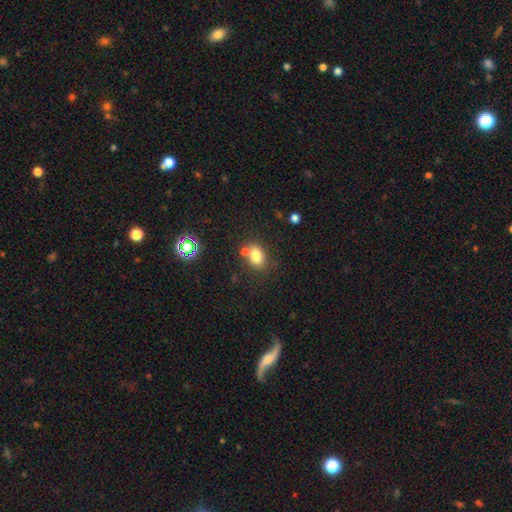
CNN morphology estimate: A smooth galaxy with no disk features (77%) that is in between round and cigar-shaped (65%).

Vote fractions:
- Smooth or featured? smooth: 77% / star or artifact: 12% / featured or disk: 10%
- How rounded? in between: 65% / round: 34% / cigar-shaped: 1%
- Merging? none: 59% / merger: 21% / minor disturbance: 15% / major disturbance: 5%